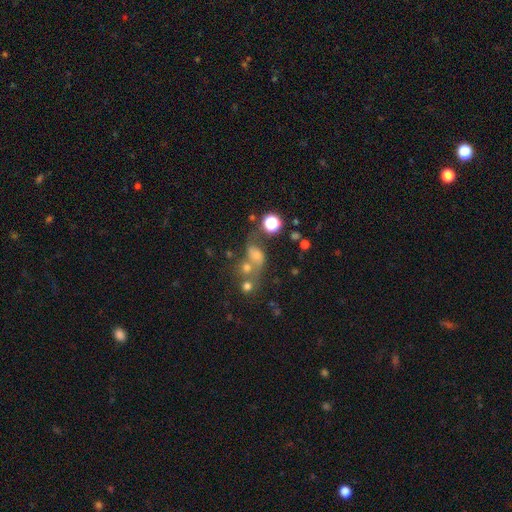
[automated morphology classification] Q: Smooth or featured?
A: smooth (41%); runner-up: featured or disk (30%)
Q: Merging?
A: merger (38%); runner-up: none (36%)